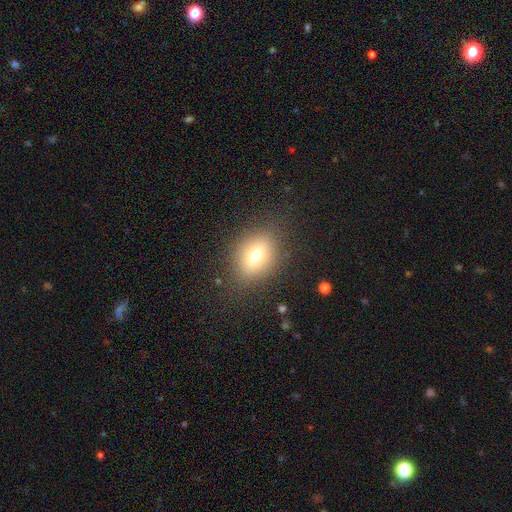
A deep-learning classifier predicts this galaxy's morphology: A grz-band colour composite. It shows a smooth galaxy with no disk features (71%) that is in between round and cigar-shaped (62%). Merging: none (80%).